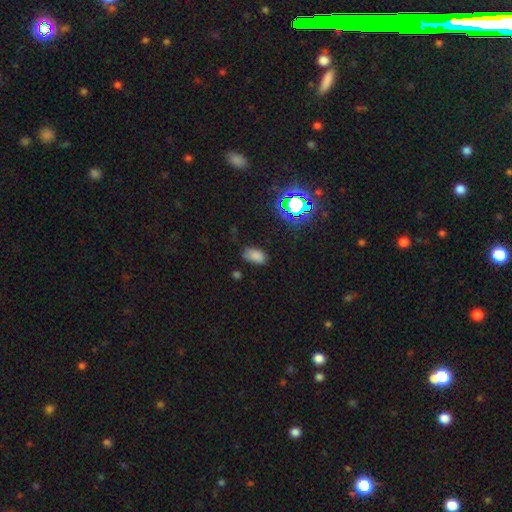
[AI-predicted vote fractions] Smooth or featured? smooth (75%)
How rounded? in between (92%)
Merging? none (73%)